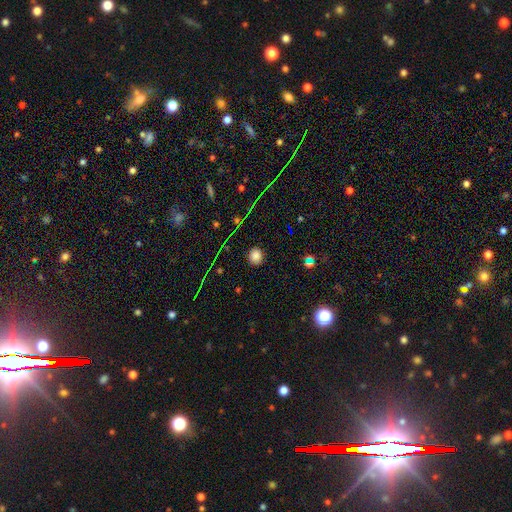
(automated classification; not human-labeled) The model was most divided on "how rounded": round: 80%, in between: 19%, cigar-shaped: 1%. More confident: merging — none (89%); smooth or featured — smooth (79%).